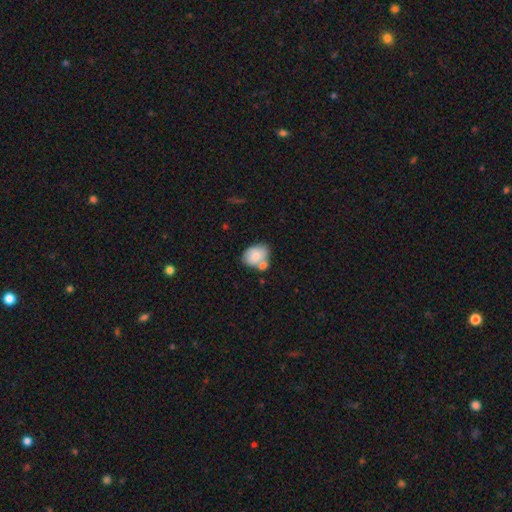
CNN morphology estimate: Overall: smooth (74%). How rounded: in between (58%; round 41%). Merging: none (40%; merger 37%).